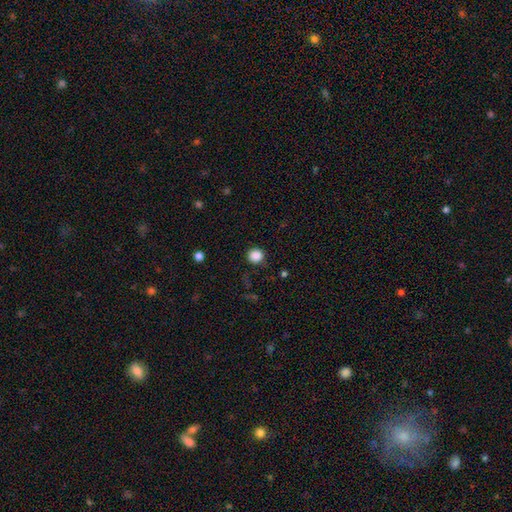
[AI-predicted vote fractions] This appears to be a smooth galaxy with no disk features (86%) that is round (93%). Merging: none (89%).